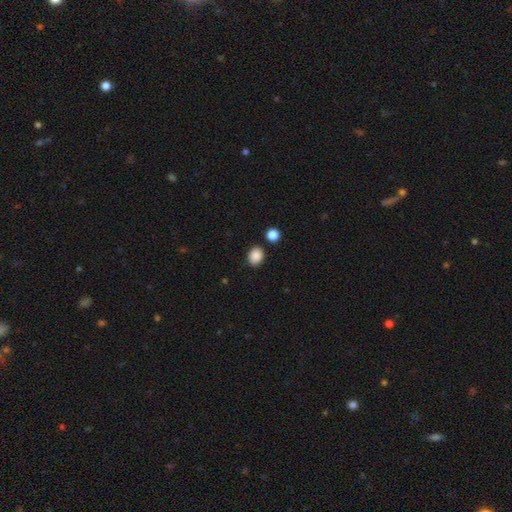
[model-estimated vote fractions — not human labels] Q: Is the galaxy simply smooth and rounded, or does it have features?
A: smooth — 88%.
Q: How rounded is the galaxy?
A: in between — 51%.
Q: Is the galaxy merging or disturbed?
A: none — 84%.